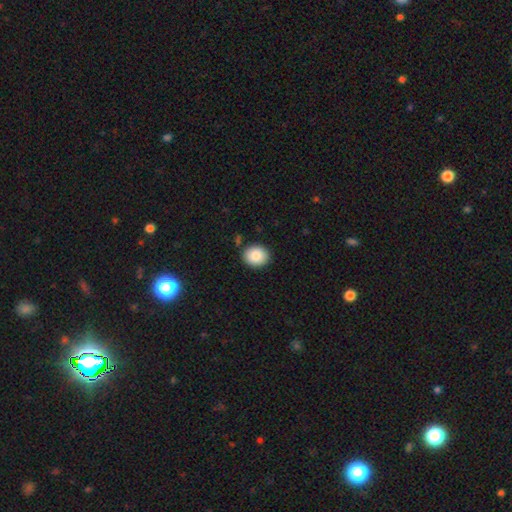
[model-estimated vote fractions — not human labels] Overall: smooth (88%). How rounded: round (64%; in between 35%). Merging: none (87%).